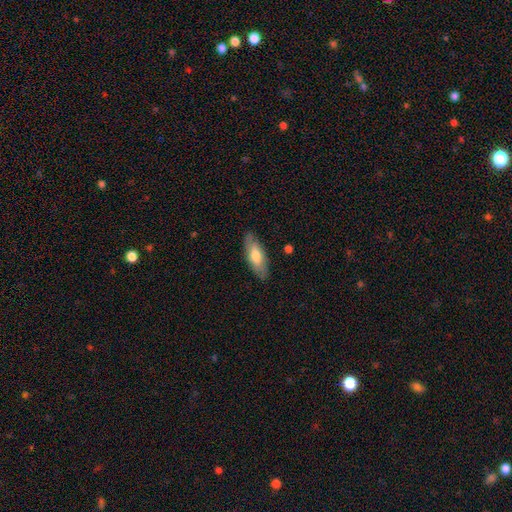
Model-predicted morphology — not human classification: Smooth or featured: smooth — 65% (featured or disk — 29%)
How rounded: in between — 73% (cigar-shaped — 25%)
Merging: none — 83% (minor disturbance — 13%)